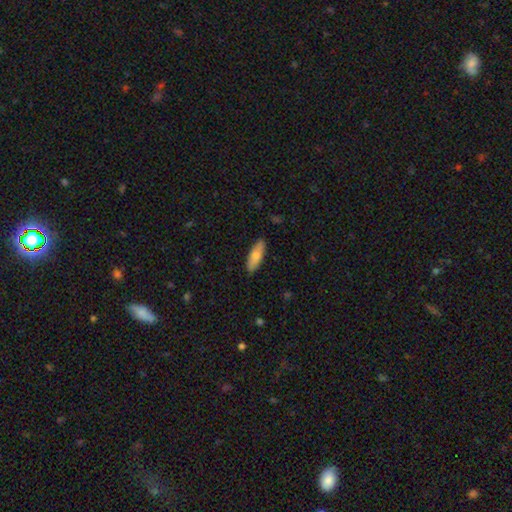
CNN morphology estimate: smooth-or-featured: smooth: 77% | featured or disk: 17% | star or artifact: 6%
  how-rounded: in between: 61% | cigar-shaped: 37% | round: 2%
  merging: none: 86% | minor disturbance: 11% | major disturbance: 2% | merger: 1%